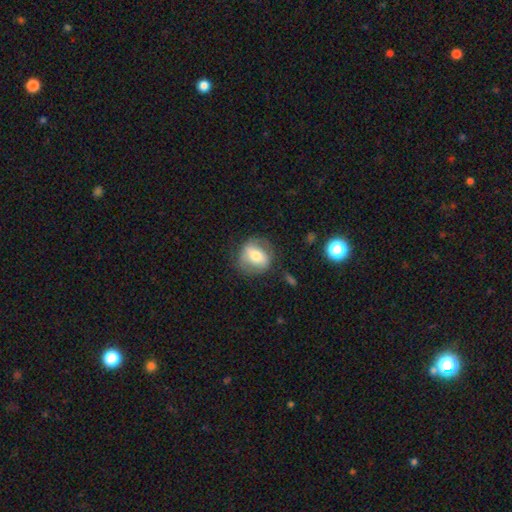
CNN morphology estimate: smooth 58%, featured or disk 34%, star or artifact 8%. Down the decision tree: how rounded — round (65%); merging — none (71%).